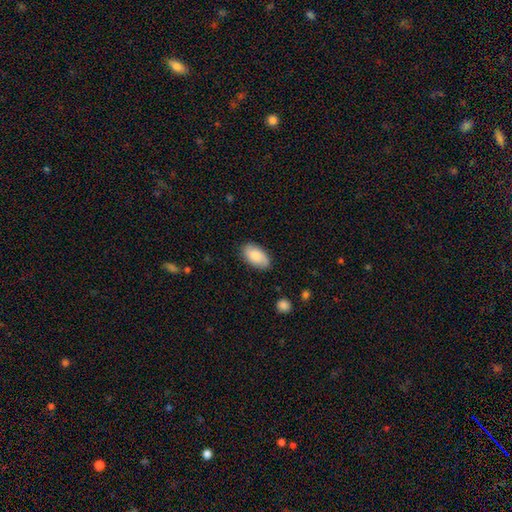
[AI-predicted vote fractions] This is clearly a smooth galaxy (81%). How rounded: clearly in between (95%). Merging: clearly none (81%).